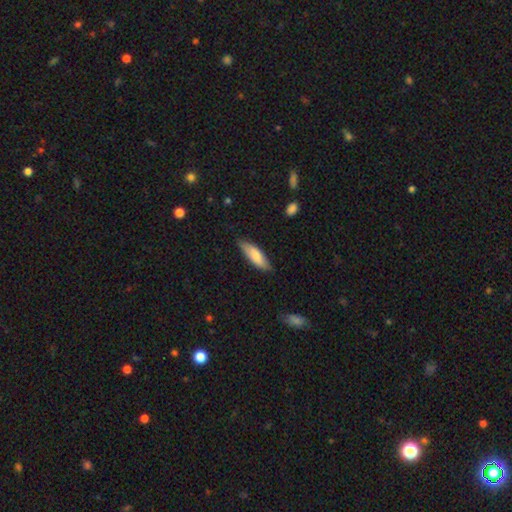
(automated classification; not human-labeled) Smooth or featured? smooth (76%)
How rounded? in between (55%)
Merging? none (79%)